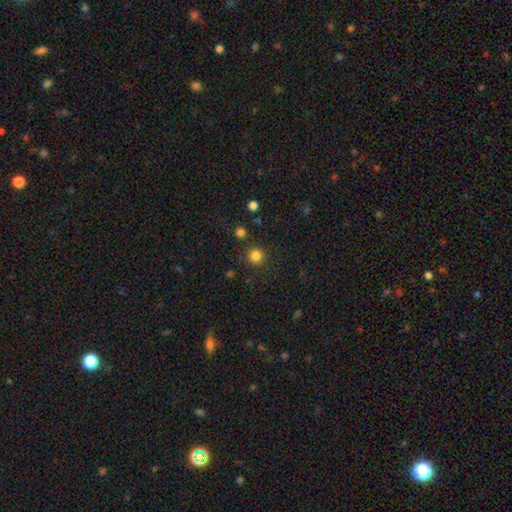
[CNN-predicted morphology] Smooth or featured: smooth — 83% (star or artifact — 13%)
How rounded: round — 94% (in between — 5%)
Merging: none — 88% (minor disturbance — 6%)